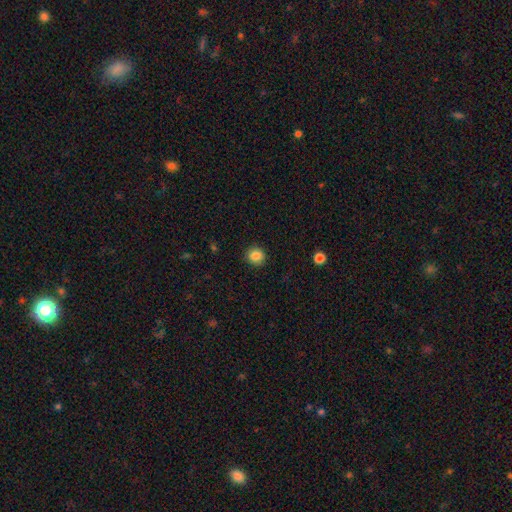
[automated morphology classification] smooth_or_featured: smooth (p=0.86) [alt: star or artifact p=0.10]
how_rounded: round (p=0.89) [alt: in between p=0.11]
merging: none (p=0.91) [alt: minor disturbance p=0.06]